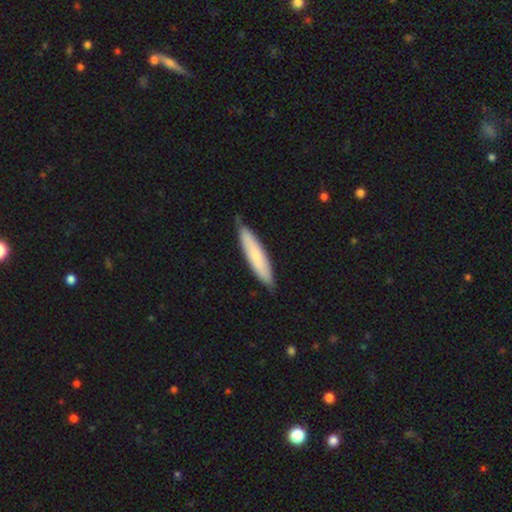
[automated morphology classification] This is likely a smooth galaxy (70%). How rounded: clearly cigar-shaped (82%). Merging: likely none (79%).